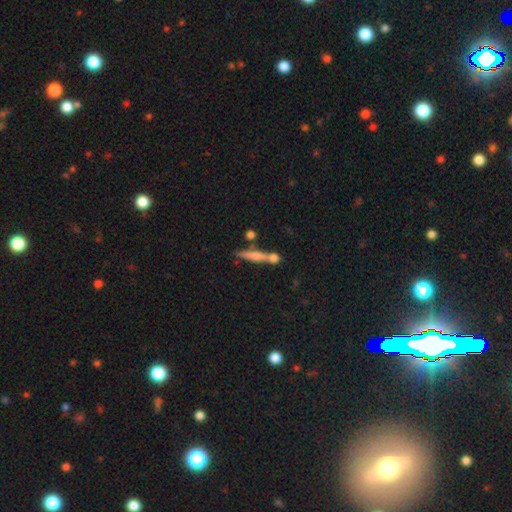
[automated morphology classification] Smooth or featured? smooth (49%)
Merging? none (65%)